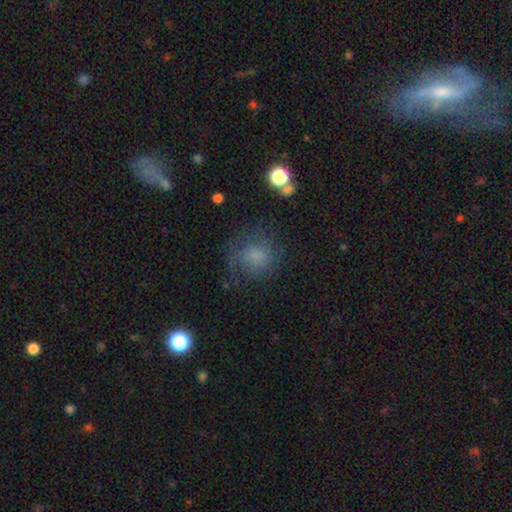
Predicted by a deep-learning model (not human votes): Morphology: type=smooth (64%); roundness=round (79%); merging=none (58%).